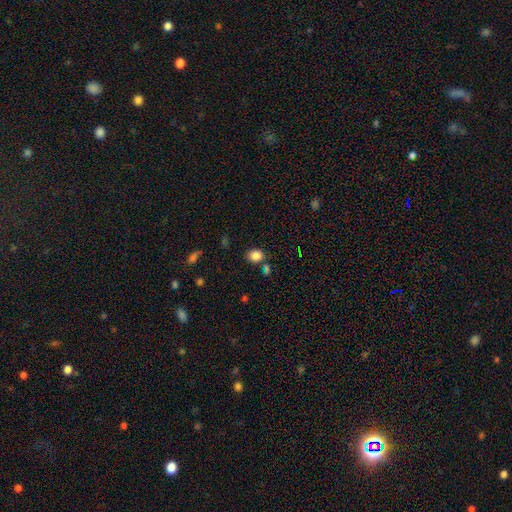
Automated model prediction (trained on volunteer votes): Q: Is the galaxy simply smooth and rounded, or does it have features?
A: smooth — 84%.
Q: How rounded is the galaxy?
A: in between — 52%.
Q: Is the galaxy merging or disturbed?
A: none — 74%.